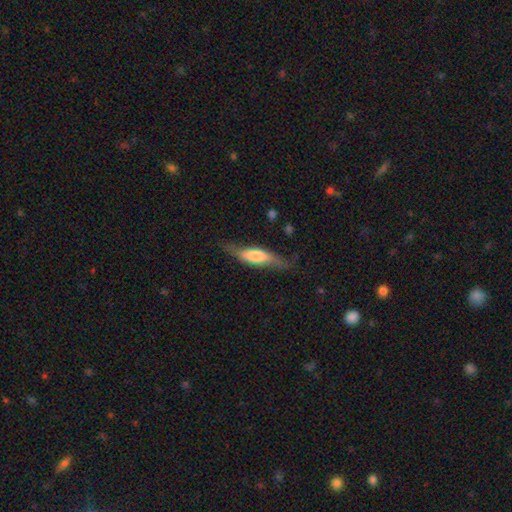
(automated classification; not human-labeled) A smooth galaxy with no disk features (50%) that is cigar-shaped (61%). Merging: none (65%).